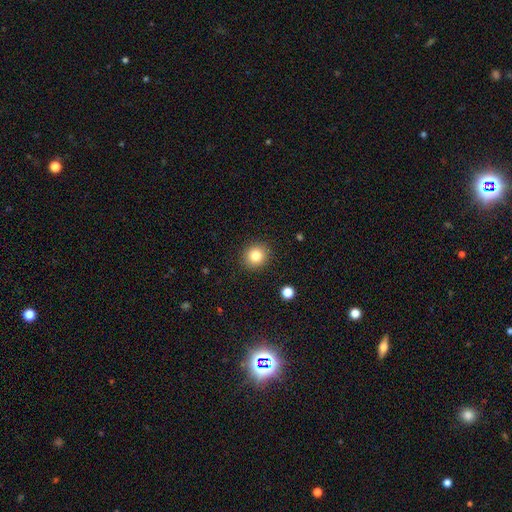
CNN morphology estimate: Overall: smooth (83%). How rounded: round (82%). Merging: none (90%).